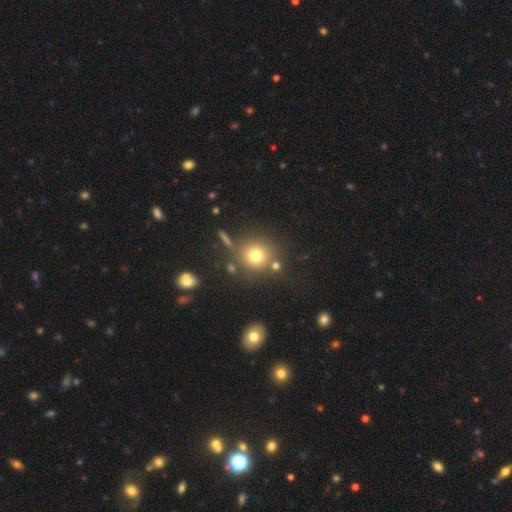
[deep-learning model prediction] Smooth or featured? smooth (74%)
How rounded? round (92%)
Merging? none (77%)